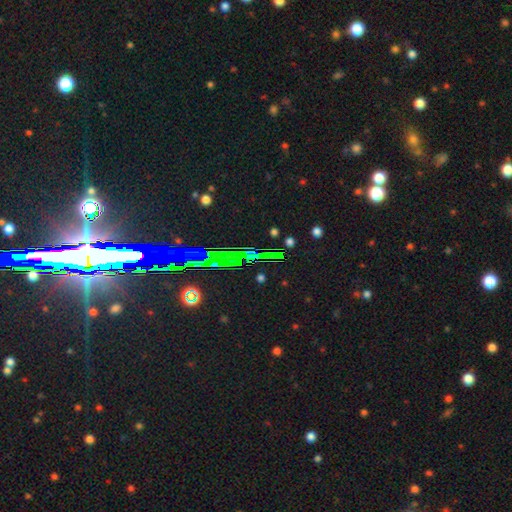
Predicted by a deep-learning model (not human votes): A star or artifact, not a galaxy (78%).

Vote fractions:
- Smooth or featured? star or artifact: 78% / featured or disk: 11% / smooth: 11%